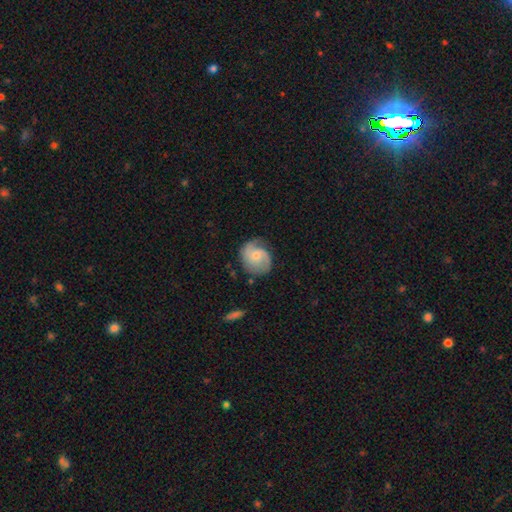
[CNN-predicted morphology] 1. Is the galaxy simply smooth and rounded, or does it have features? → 65% featured or disk, 29% smooth, 6% star or artifact.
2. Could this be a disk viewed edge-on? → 98% no, 2% yes.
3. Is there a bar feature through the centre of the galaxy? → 69% no, 28% weak, 4% strong.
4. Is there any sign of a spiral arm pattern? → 91% yes, 9% no.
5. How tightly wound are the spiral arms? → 44% medium, 33% tight, 23% loose.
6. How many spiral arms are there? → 66% 2, 14% 1, 12% can't tell, 5% 3, 2% 4, 1% more than 4.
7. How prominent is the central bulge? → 59% small, 34% moderate, 4% none, 2% large, 1% dominant.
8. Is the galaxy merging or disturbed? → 62% none, 25% minor disturbance, 10% major disturbance, 2% merger.